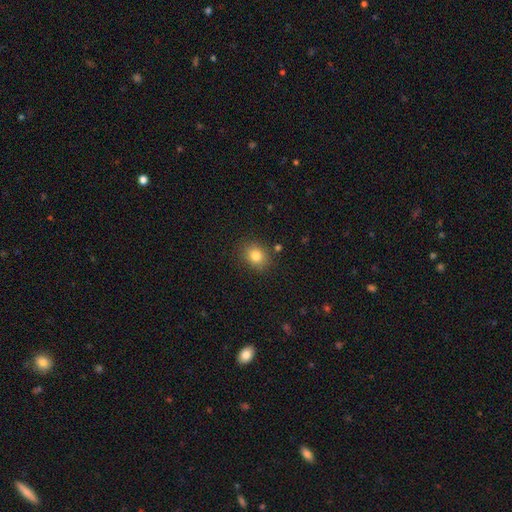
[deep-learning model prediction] Smooth or featured: smooth — 82% (star or artifact — 11%)
How rounded: round — 60% (in between — 39%)
Merging: none — 84% (minor disturbance — 10%)